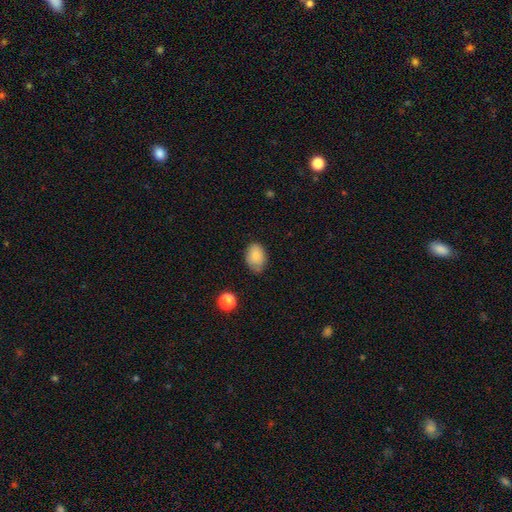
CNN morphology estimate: Smooth or featured: smooth — 84% (star or artifact — 8%)
How rounded: in between — 79% (round — 20%)
Merging: none — 68% (minor disturbance — 26%)